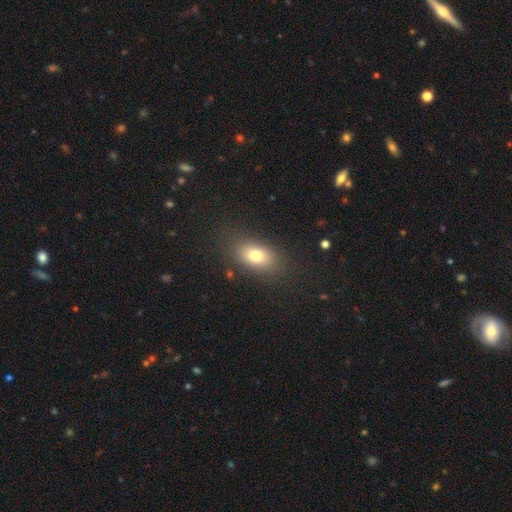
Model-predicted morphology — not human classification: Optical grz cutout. It shows a smooth galaxy with no disk features (76%) that is in between round and cigar-shaped (81%). Merging: none (83%).